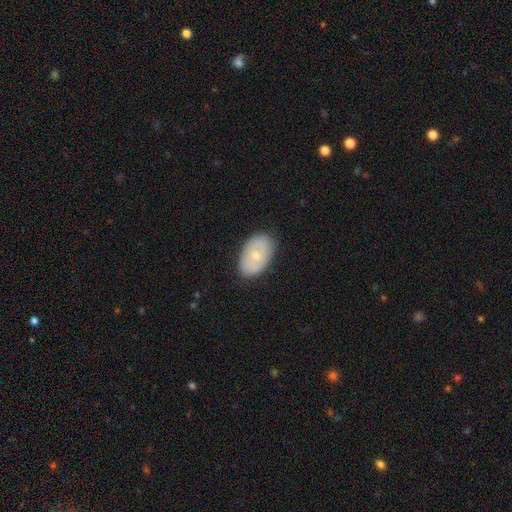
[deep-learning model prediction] This appears to be a smooth galaxy with no disk features (56%) that is in between round and cigar-shaped (89%). Merging: none (82%).